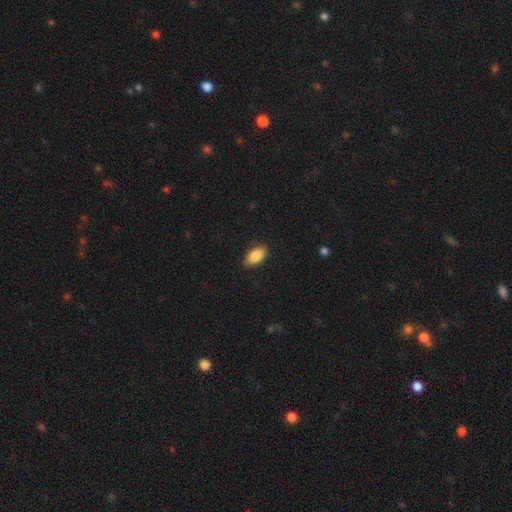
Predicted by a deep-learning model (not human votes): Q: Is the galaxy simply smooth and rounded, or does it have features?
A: smooth — 88%.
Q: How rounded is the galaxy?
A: in between — 93%.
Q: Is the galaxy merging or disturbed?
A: none — 88%.